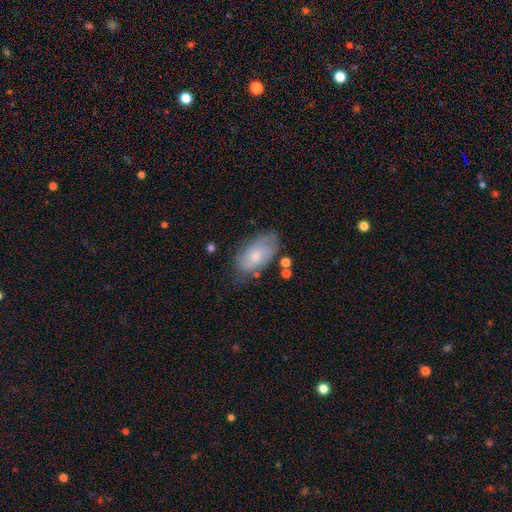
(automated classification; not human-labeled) Smooth or featured? Predicted: featured or disk (p=0.51). Edge-on disk? Predicted: no (p=0.93). Merging? Predicted: none (p=0.62).